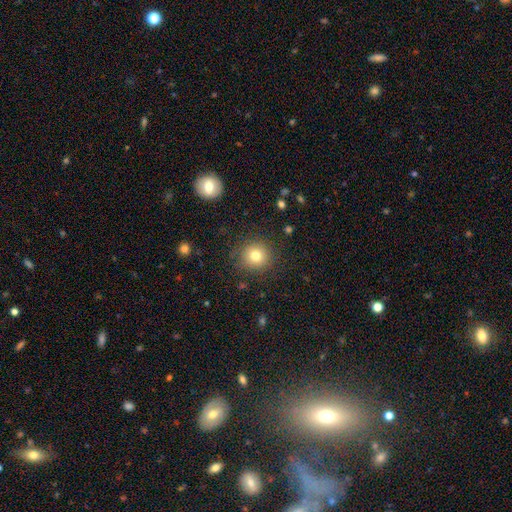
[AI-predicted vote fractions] The model was most divided on "smooth or featured": smooth: 78%, star or artifact: 13%, featured or disk: 9%. More confident: how rounded — round (92%); merging — none (88%).